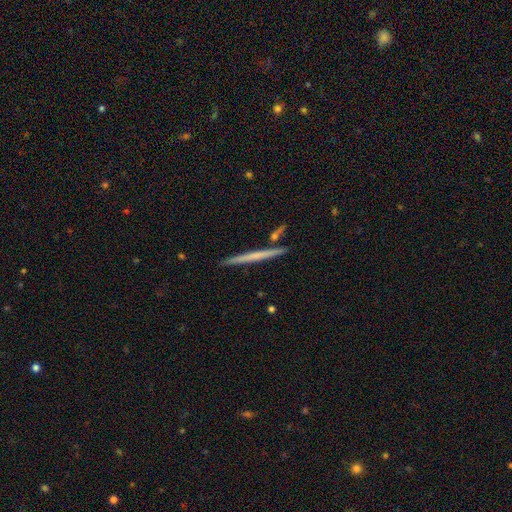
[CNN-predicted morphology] smooth_or_featured: featured or disk (p=0.50) [alt: smooth p=0.44]
disk_edge_on: yes (p=0.98) [alt: no p=0.02]
merging: none (p=0.89) [alt: minor disturbance p=0.06]